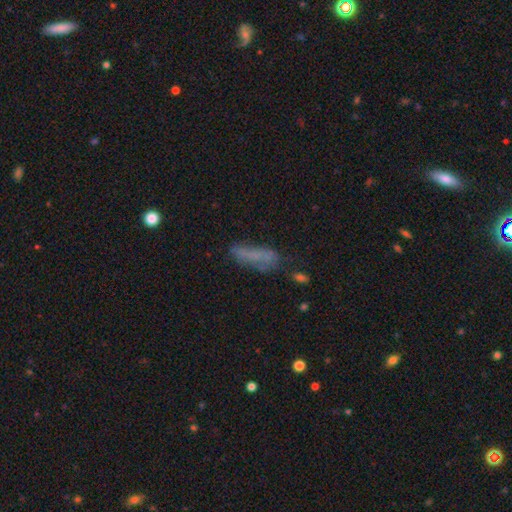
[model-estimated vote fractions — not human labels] This appears to be a smooth galaxy with no disk features (60%) that is cigar-shaped (61%). Merging: none (57%).